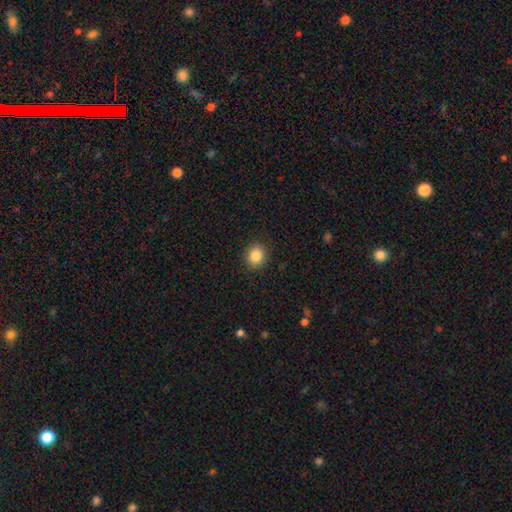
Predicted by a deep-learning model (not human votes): Q: Smooth or featured?
A: smooth (85%); runner-up: star or artifact (10%)
Q: How rounded?
A: round (77%); runner-up: in between (22%)
Q: Merging?
A: none (90%); runner-up: minor disturbance (7%)